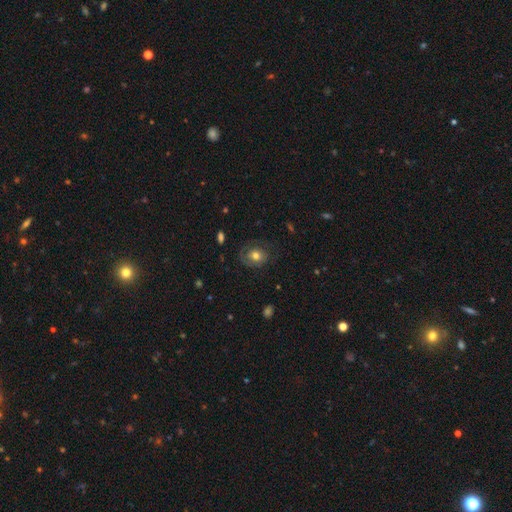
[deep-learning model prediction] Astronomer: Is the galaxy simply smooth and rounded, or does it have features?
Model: smooth — 48% (runner-up: featured or disk, 42%).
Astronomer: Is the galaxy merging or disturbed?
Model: none — 68%.